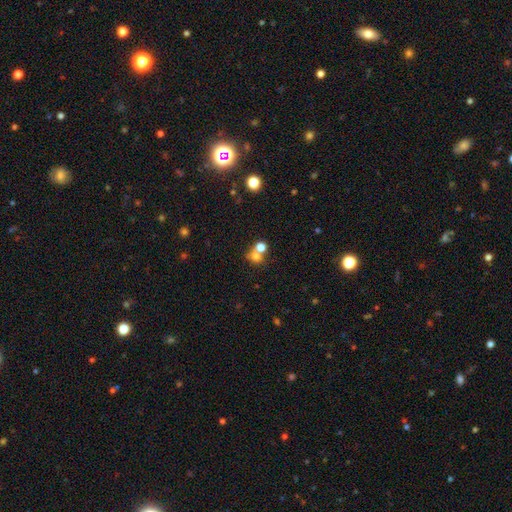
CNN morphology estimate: smooth-or-featured: smooth: 69% | star or artifact: 18% | featured or disk: 13%
  how-rounded: round: 73% | in between: 26% | cigar-shaped: 1%
  merging: merger: 46% | none: 42% | minor disturbance: 8% | major disturbance: 5%